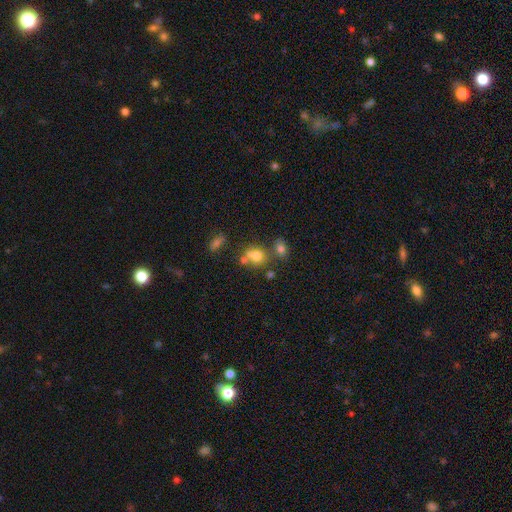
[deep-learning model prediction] smooth-or-featured: smooth: 71% | star or artifact: 15% | featured or disk: 14%
  how-rounded: round: 67% | in between: 32% | cigar-shaped: 1%
  merging: none: 47% | merger: 36% | minor disturbance: 12% | major disturbance: 5%